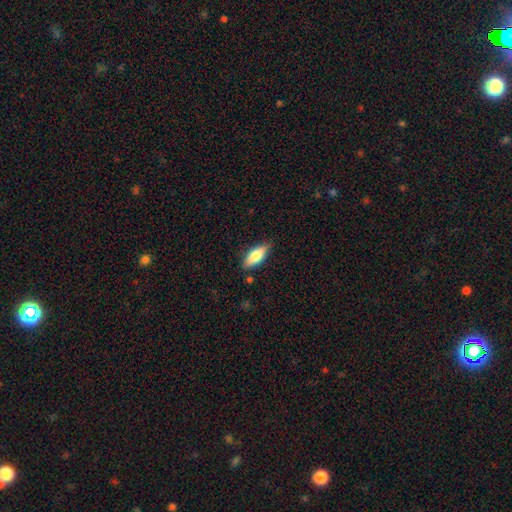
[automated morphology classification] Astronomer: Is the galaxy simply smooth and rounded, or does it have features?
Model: smooth — 70%.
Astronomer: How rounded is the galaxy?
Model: in between — 69%.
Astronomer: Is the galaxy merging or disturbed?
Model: none — 82%.